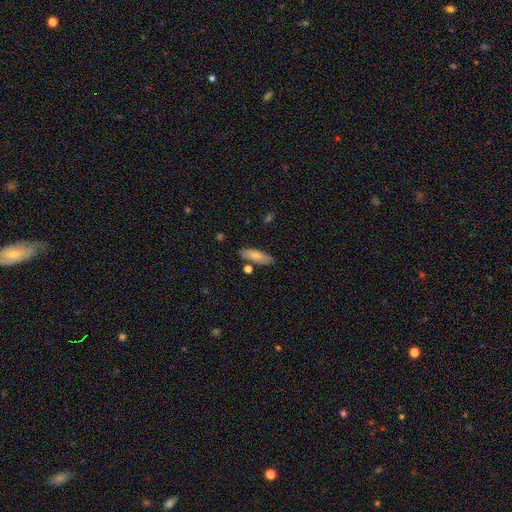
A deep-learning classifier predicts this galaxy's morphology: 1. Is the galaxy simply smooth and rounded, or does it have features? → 80% smooth, 13% featured or disk, 6% star or artifact.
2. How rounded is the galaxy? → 58% in between, 40% cigar-shaped, 2% round.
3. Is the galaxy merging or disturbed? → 79% none, 12% minor disturbance, 6% merger, 3% major disturbance.